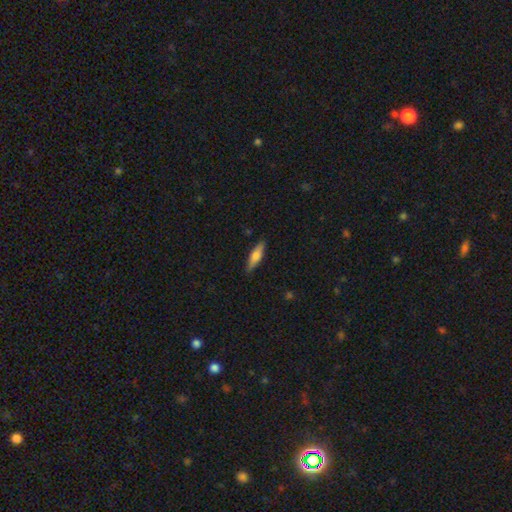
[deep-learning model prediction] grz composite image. It shows a smooth galaxy with no disk features (60%) that is cigar-shaped (67%). Merging: none (87%).